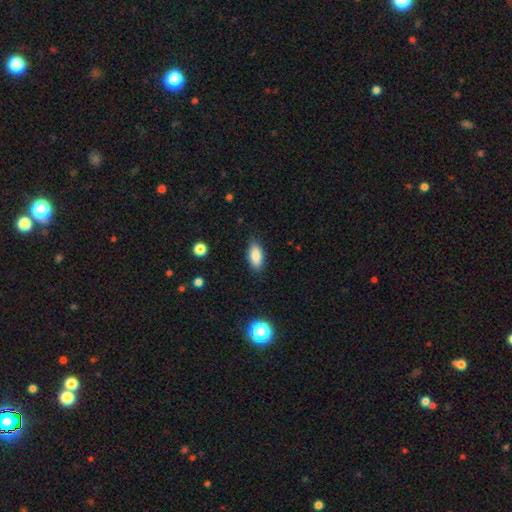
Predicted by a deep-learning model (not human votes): The model was most divided on "merging": none: 85%, minor disturbance: 12%, major disturbance: 3%, merger: 1%. More confident: how rounded — in between (88%); smooth or featured — smooth (86%).